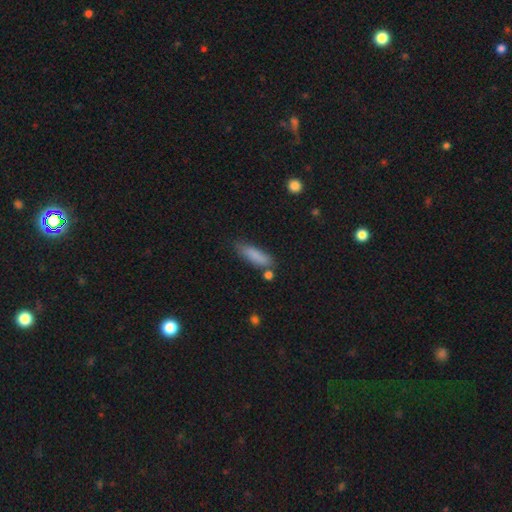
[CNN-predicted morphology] Q: Smooth or featured?
A: smooth (85%); runner-up: featured or disk (8%)
Q: How rounded?
A: cigar-shaped (55%); runner-up: in between (43%)
Q: Merging?
A: none (68%); runner-up: minor disturbance (21%)